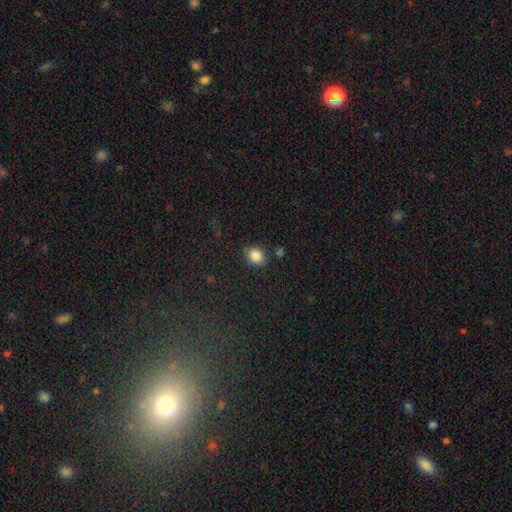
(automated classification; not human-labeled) Morphology: type=smooth (85%); roundness=round (51%); merging=none (79%).